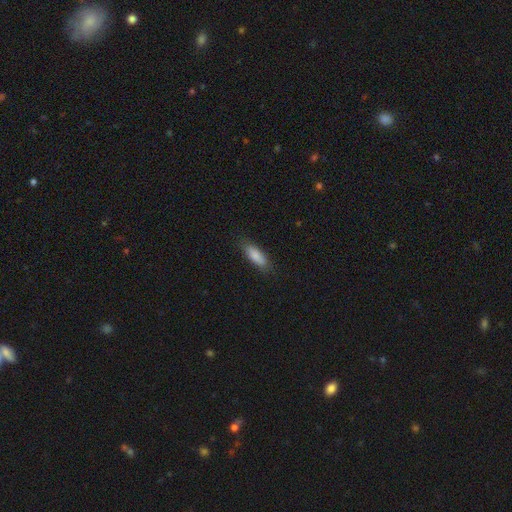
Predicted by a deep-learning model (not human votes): Smooth or featured? Predicted: smooth (p=0.86). How rounded? Predicted: in between (p=0.58). Merging? Predicted: none (p=0.83).